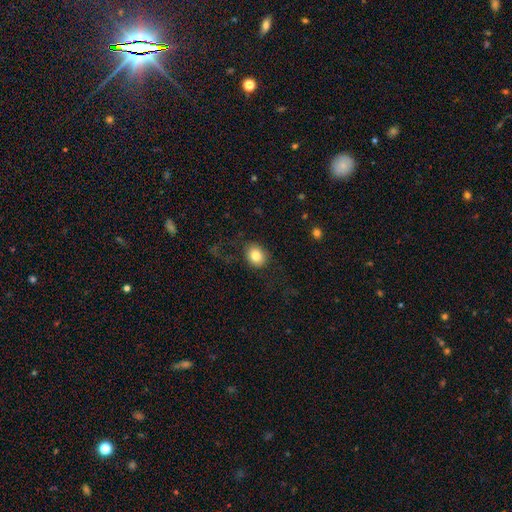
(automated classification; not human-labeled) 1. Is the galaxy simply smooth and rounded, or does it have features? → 81% smooth, 10% featured or disk, 9% star or artifact.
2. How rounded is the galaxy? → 60% round, 39% in between, 1% cigar-shaped.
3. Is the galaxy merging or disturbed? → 81% none, 11% minor disturbance, 6% major disturbance, 1% merger.